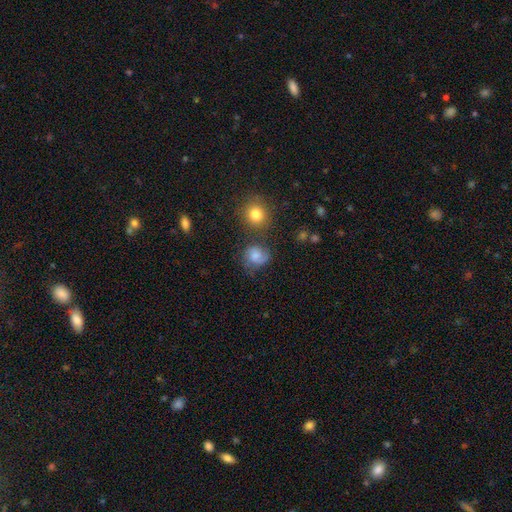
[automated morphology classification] This appears to be a smooth galaxy with no disk features (50%). Merging: none (55%).